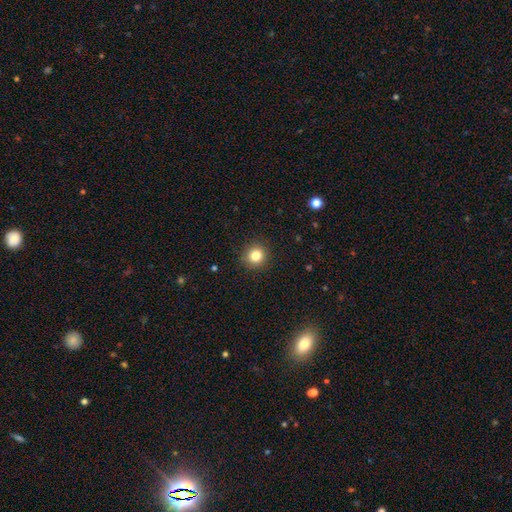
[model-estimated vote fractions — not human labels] A smooth galaxy with no disk features (83%) that is round (91%).

Vote fractions:
- Smooth or featured? smooth: 83% / star or artifact: 11% / featured or disk: 6%
- How rounded? round: 91% / in between: 8% / cigar-shaped: 1%
- Merging? none: 91% / minor disturbance: 6% / major disturbance: 2% / merger: 1%